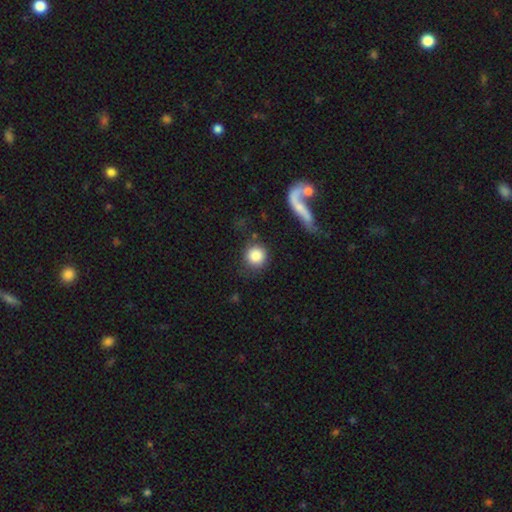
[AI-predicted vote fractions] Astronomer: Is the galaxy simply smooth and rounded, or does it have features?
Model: smooth — 86%.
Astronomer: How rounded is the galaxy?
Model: round — 91%.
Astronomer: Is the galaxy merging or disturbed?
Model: none — 71%.